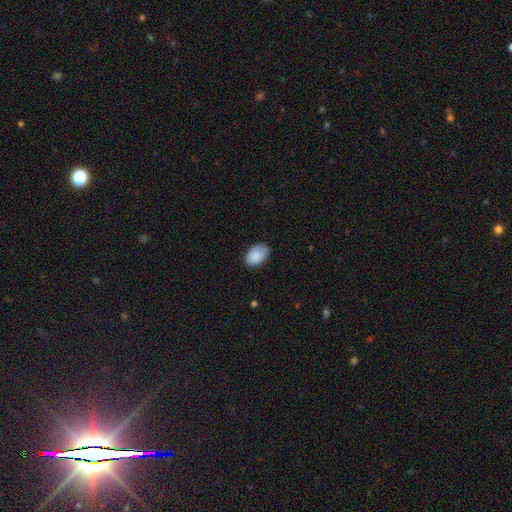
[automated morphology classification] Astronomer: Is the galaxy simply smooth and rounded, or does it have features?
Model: smooth — 87%.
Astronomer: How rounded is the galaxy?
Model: in between — 90%.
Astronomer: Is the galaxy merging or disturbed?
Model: none — 75%.